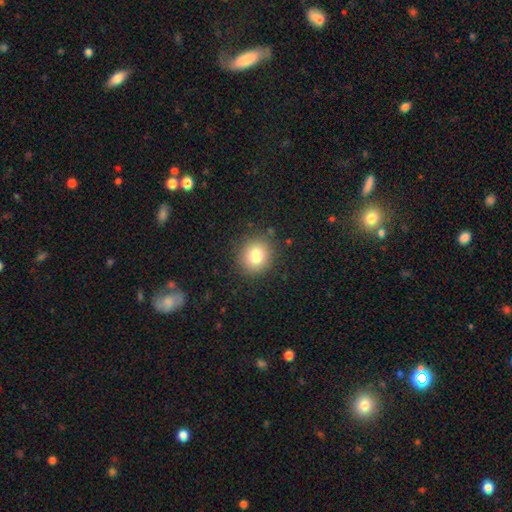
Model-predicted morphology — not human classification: The model was most divided on "smooth or featured": smooth: 79%, star or artifact: 12%, featured or disk: 9%. More confident: merging — none (88%); how rounded — round (87%).